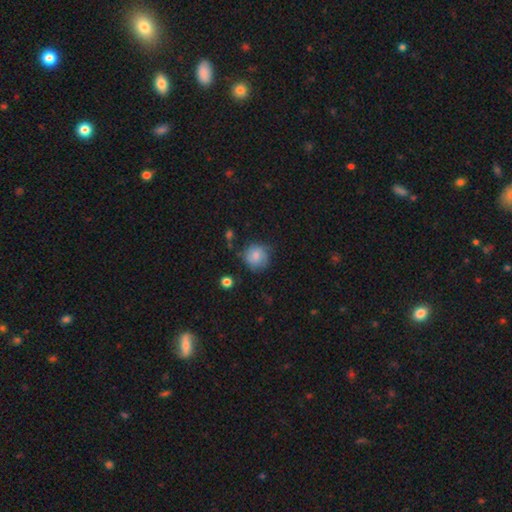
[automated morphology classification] Overall: smooth (71%). How rounded: round (88%). Merging: none (67%).